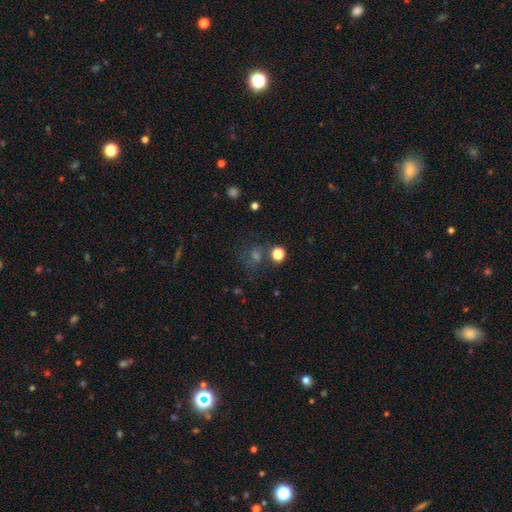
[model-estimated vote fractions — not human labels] Smooth or featured? Predicted: star or artifact (p=0.42).